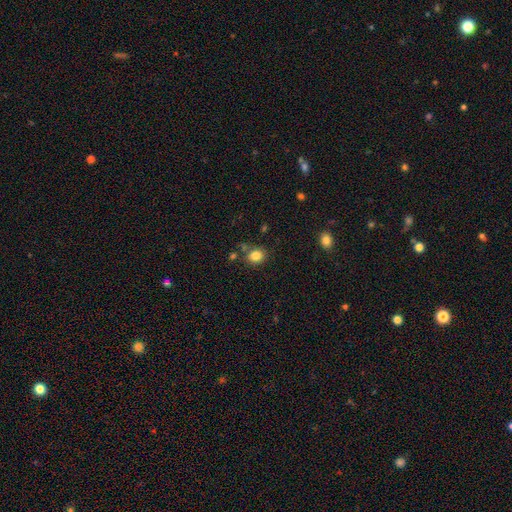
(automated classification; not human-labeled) A smooth galaxy with no disk features (83%) that is round (70%).

Vote fractions:
- Smooth or featured? smooth: 83% / star or artifact: 11% / featured or disk: 6%
- How rounded? round: 70% / in between: 29% / cigar-shaped: 1%
- Merging? none: 75% / minor disturbance: 12% / merger: 9% / major disturbance: 4%